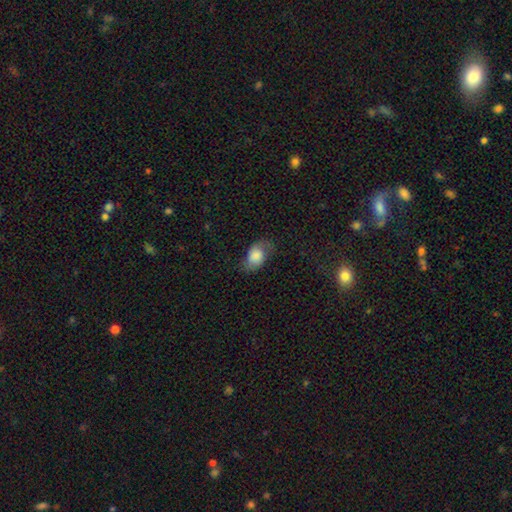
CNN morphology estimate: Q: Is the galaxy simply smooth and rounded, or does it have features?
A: smooth — 64%.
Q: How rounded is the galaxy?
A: in between — 87%.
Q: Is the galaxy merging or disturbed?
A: none — 62%.